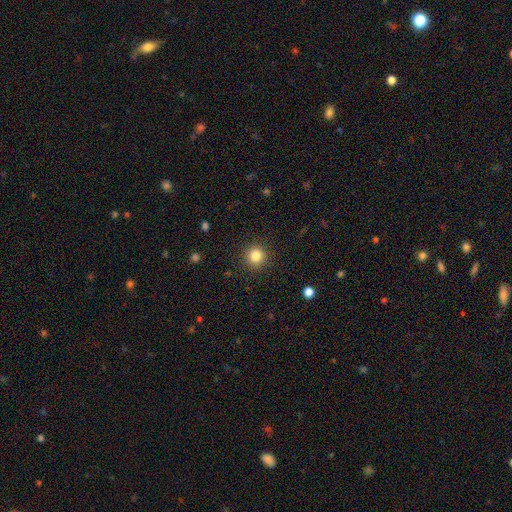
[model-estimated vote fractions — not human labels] smooth-or-featured: smooth: 83% | star or artifact: 12% | featured or disk: 5%
  how-rounded: round: 95% | in between: 4% | cigar-shaped: 1%
  merging: none: 91% | minor disturbance: 5% | major disturbance: 2% | merger: 1%